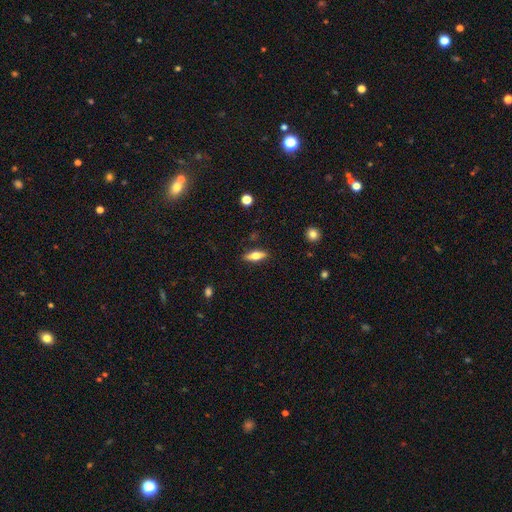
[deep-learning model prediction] smooth 53%, featured or disk 40%, star or artifact 7%. Down the decision tree: how rounded — in between (52%); merging — none (87%).